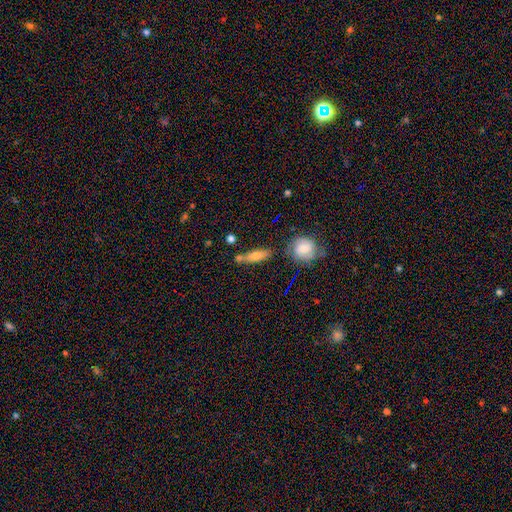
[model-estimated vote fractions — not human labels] This appears to be a smooth galaxy with no disk features (66%) that is cigar-shaped (52%). Merging: none (60%).